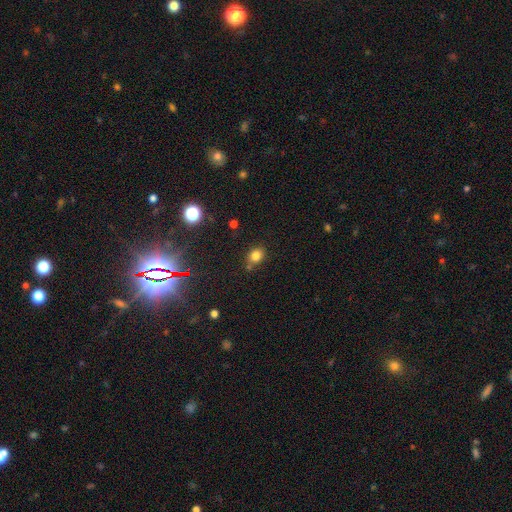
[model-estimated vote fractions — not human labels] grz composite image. It shows a smooth galaxy with no disk features (79%) that is round (54%). Merging: none (68%).